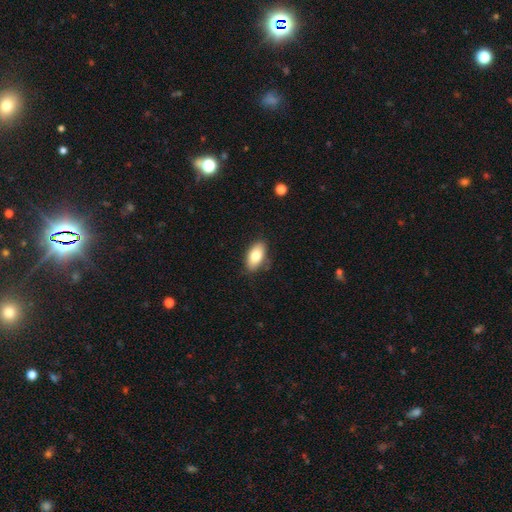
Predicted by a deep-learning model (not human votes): Morphology: type=smooth (80%); roundness=in between (92%); merging=none (83%).